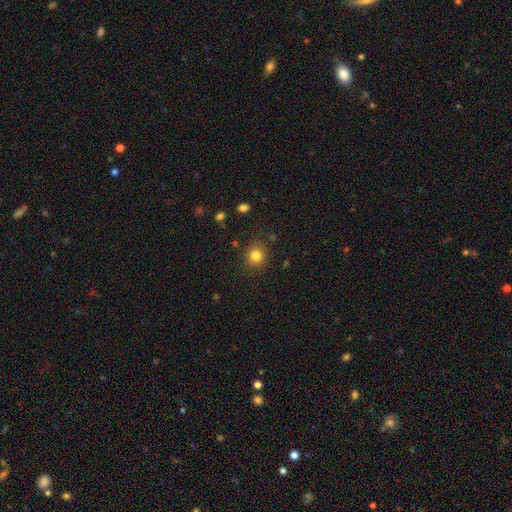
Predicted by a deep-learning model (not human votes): smooth 81%, star or artifact 13%, featured or disk 6%. Down the decision tree: how rounded — round (85%); merging — none (86%).